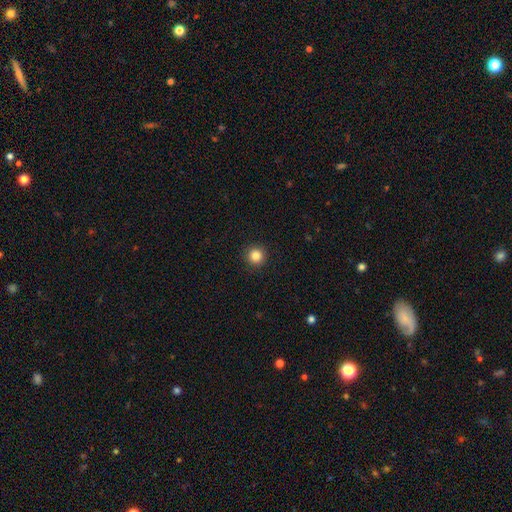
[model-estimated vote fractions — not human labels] Smooth or featured: smooth — 85% (star or artifact — 11%)
How rounded: round — 95% (in between — 4%)
Merging: none — 92% (minor disturbance — 5%)